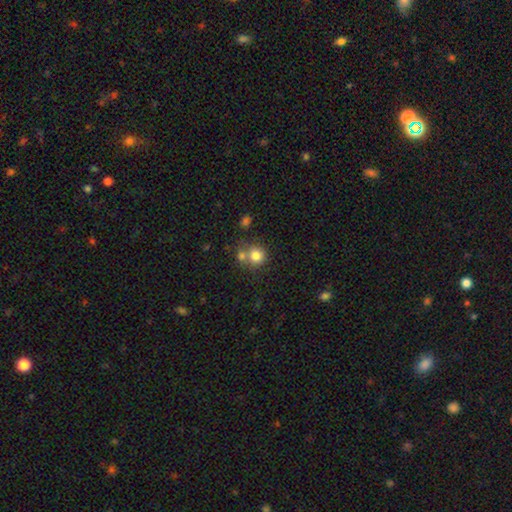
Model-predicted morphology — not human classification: Smooth or featured?
  - smooth: 80% *
  - star or artifact: 11%
  - featured or disk: 9%
How rounded?
  - round: 88% *
  - in between: 11%
  - cigar-shaped: 1%
Merging?
  - none: 54% *
  - merger: 33%
  - minor disturbance: 9%
  - major disturbance: 4%